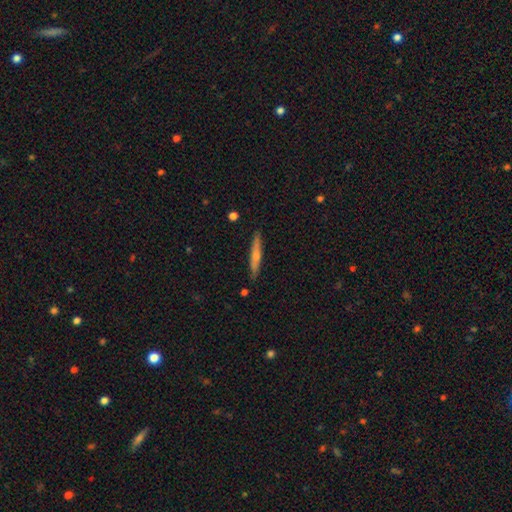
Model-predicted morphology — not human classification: smooth_or_featured: featured or disk (p=0.52) [alt: smooth p=0.42]
disk_edge_on: yes (p=0.95) [alt: no p=0.05]
merging: none (p=0.89) [alt: minor disturbance p=0.08]